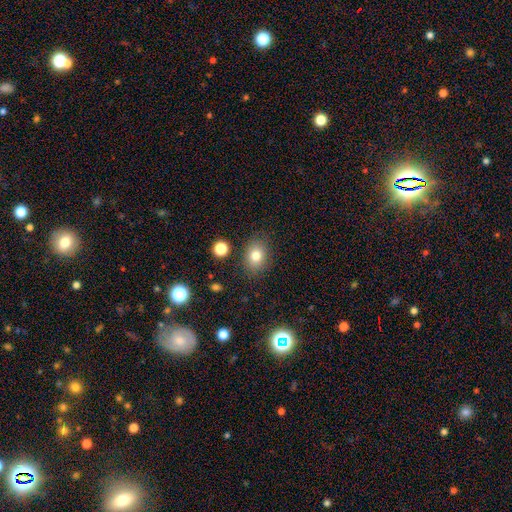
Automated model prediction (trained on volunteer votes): Overall: smooth (79%). How rounded: in between (61%; round 38%). Merging: none (84%).